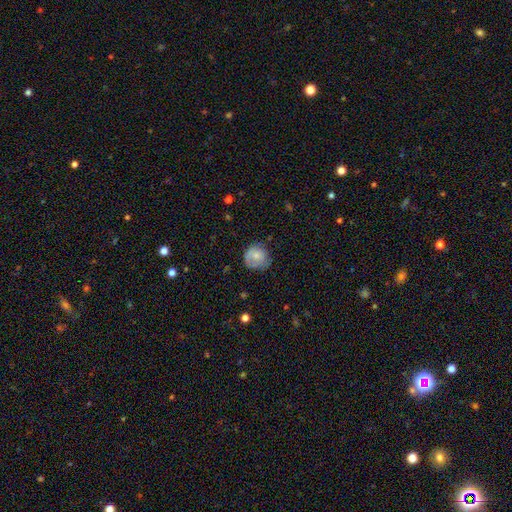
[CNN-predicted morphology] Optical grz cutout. It shows a smooth galaxy with no disk features (70%) that is round (80%). Merging: none (56%).